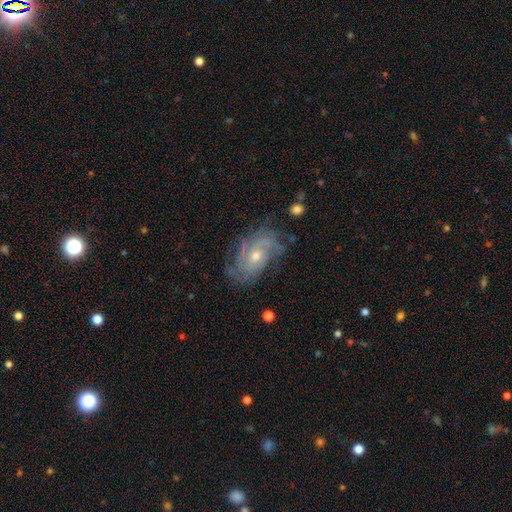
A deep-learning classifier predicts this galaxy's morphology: smooth-or-featured: featured or disk: 83% | smooth: 9% | star or artifact: 8%
  disk-edge-on: no: 96% | yes: 4%
    bar: no: 73% | weak: 23% | strong: 4%
    has-spiral-arms: yes: 94% | no: 6%
      spiral-winding: tight: 56% | medium: 33% | loose: 10%
      spiral-arm-count: can't tell: 35% | 3: 19% | 4: 17% | 2: 15% | more than 4: 8% | 1: 6%
    bulge-size: moderate: 50% | small: 46% | large: 2% | none: 1% | dominant: 1%
  merging: none: 72% | minor disturbance: 18% | major disturbance: 8% | merger: 2%